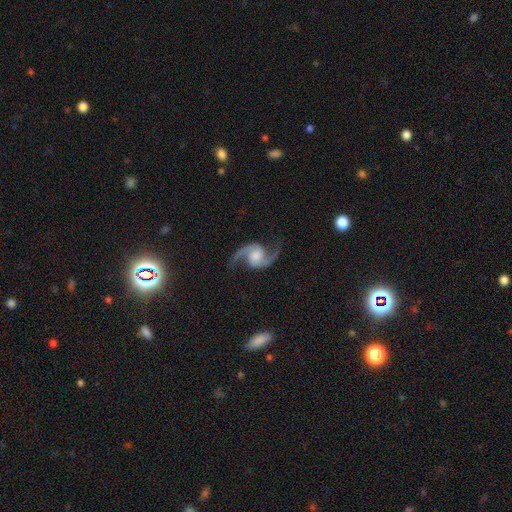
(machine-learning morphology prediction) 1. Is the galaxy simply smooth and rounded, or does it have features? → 93% featured or disk, 4% star or artifact, 3% smooth.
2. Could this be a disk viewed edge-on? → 98% no, 2% yes.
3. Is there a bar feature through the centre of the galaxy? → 61% no, 31% weak, 9% strong.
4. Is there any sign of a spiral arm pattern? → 98% yes, 2% no.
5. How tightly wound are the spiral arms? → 56% loose, 38% medium, 6% tight.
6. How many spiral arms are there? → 95% 2, 1% 1, 1% can't tell, 1% 3, 1% 4, 1% more than 4.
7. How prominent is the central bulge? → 40% moderate, 22% small, 21% large, 13% none, 3% dominant.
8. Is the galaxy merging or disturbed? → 83% none, 11% minor disturbance, 5% major disturbance, 1% merger.